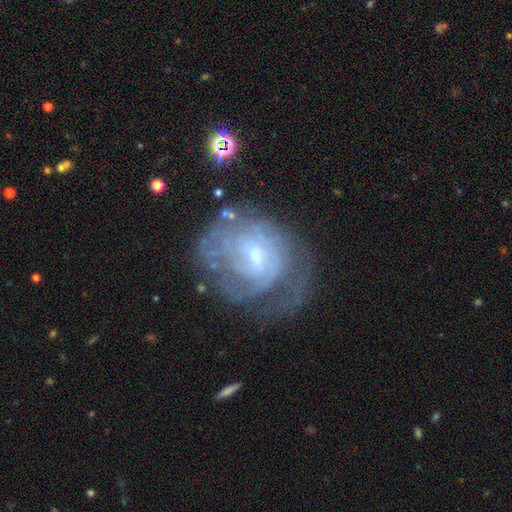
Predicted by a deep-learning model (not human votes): This is likely a featured or disk galaxy (73%). It is clearly not viewed edge-on (97%). Bar: possibly weak (50%). Spiral arm pattern: likely yes (74%). Spiral arm count: possibly can't tell (57%). Spiral winding: possibly tight (56%). Central bulge: possibly small (52%). Merging: possibly none (46%).